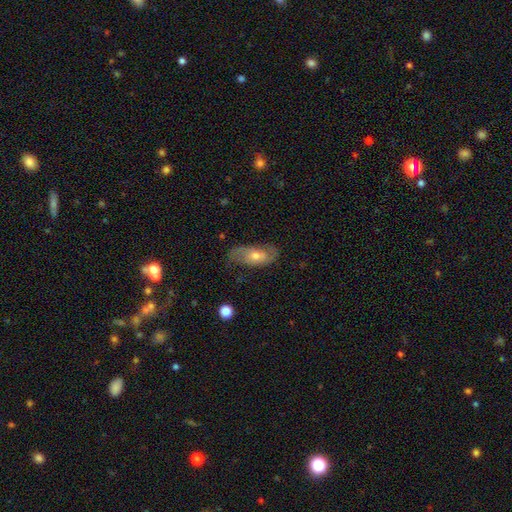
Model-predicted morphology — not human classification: smooth_or_featured: featured or disk (p=0.61) [alt: smooth p=0.31]
disk_edge_on: no (p=0.89) [alt: yes p=0.11]
bar: no (p=0.66) [alt: weak p=0.28]
has_spiral_arms: yes (p=0.82) [alt: no p=0.18]
bulge_size: moderate (p=0.61) [alt: small p=0.31]
merging: none (p=0.68) [alt: minor disturbance p=0.22]